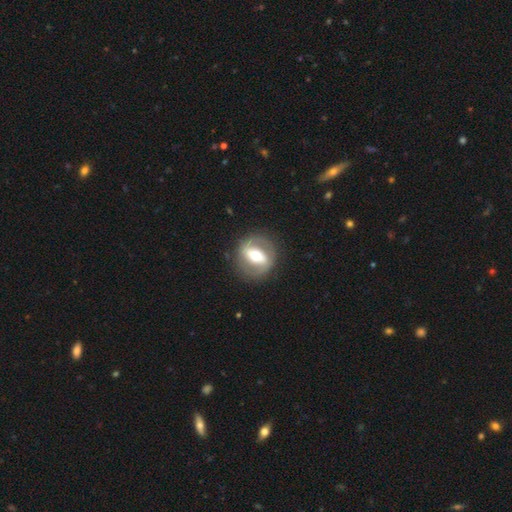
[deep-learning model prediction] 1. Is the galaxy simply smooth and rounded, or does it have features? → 70% featured or disk, 25% smooth, 6% star or artifact.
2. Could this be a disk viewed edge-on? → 92% no, 8% yes.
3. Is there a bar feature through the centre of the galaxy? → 63% strong, 24% weak, 13% no.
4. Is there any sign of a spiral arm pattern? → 59% yes, 41% no.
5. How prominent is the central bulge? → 66% moderate, 17% large, 14% small, 2% dominant, 1% none.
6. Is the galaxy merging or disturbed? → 84% none, 10% minor disturbance, 5% major disturbance, 1% merger.